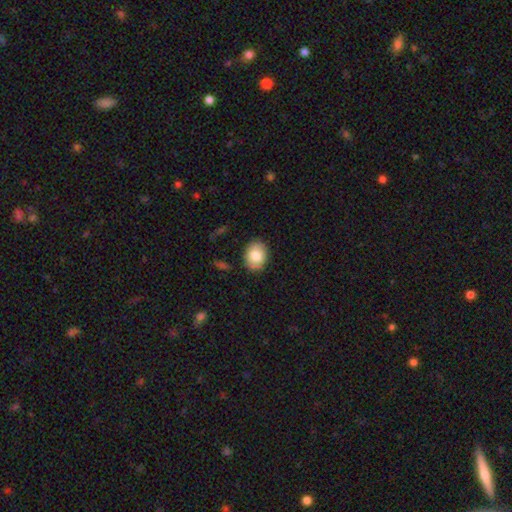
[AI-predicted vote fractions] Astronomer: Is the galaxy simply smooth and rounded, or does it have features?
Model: smooth — 80%.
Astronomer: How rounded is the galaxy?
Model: in between — 60% (runner-up: round, 39%).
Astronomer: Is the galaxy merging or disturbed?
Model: none — 86%.